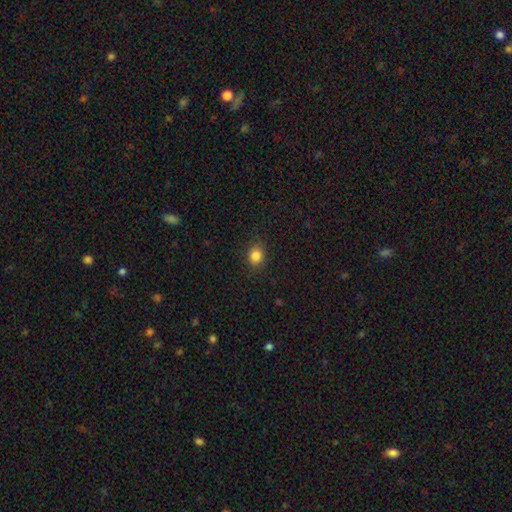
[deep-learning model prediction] This appears to be a smooth galaxy with no disk features (84%) that is round (72%). Merging: none (89%).